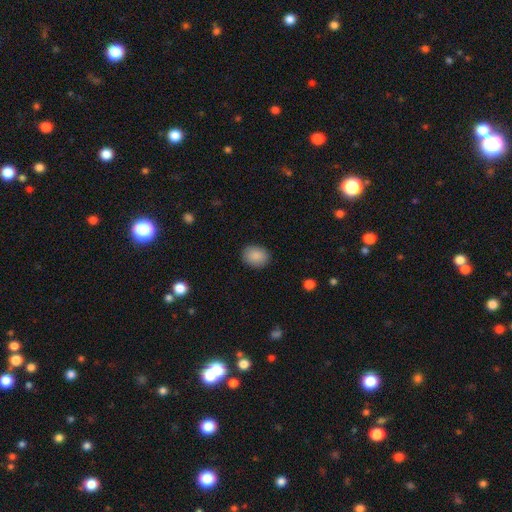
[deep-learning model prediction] Smooth or featured? Predicted: smooth (p=0.88). How rounded? Predicted: in between (p=0.55). Merging? Predicted: none (p=0.89).